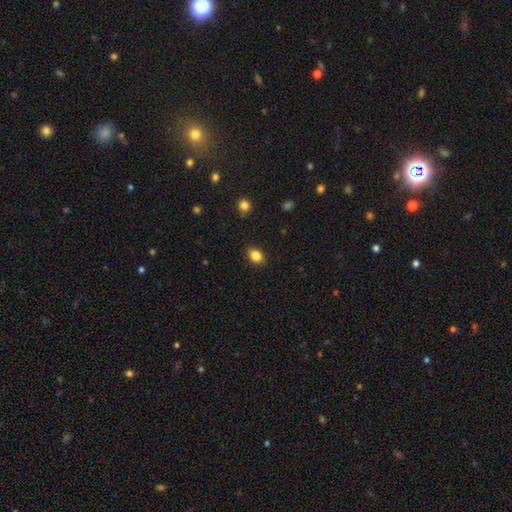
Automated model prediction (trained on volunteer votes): Morphology: type=smooth (85%); roundness=in between (72%); merging=none (86%).